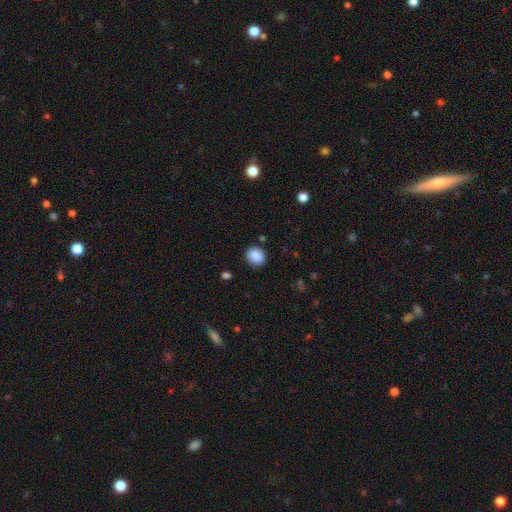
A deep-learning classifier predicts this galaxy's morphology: Q: Smooth or featured?
A: smooth (88%); runner-up: star or artifact (9%)
Q: How rounded?
A: round (75%); runner-up: in between (24%)
Q: Merging?
A: none (85%); runner-up: minor disturbance (11%)